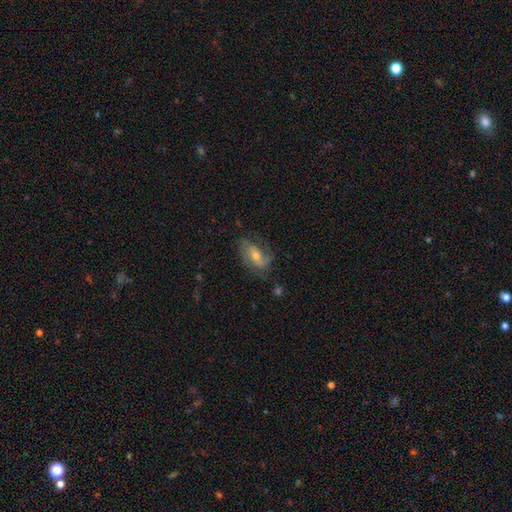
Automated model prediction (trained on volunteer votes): This appears to be a featured or disk galaxy (64%) with no bar (60%), 2 (55%) medium (40%) spiral arms (85%) and a moderate central bulge (58%). Merging: none (64%).